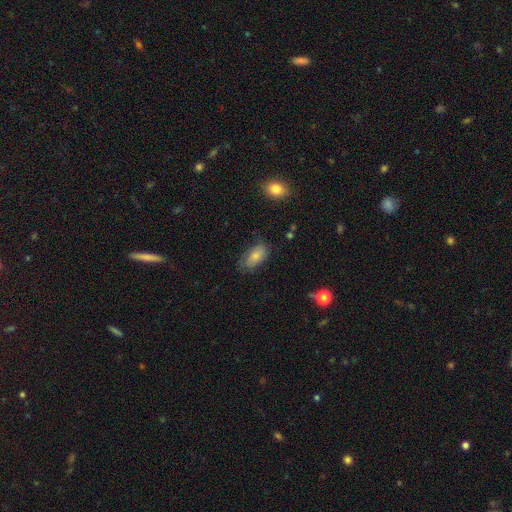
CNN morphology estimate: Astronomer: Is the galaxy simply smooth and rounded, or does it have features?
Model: smooth — 78%.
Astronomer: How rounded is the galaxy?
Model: in between — 91%.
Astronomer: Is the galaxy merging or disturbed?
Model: none — 67%.